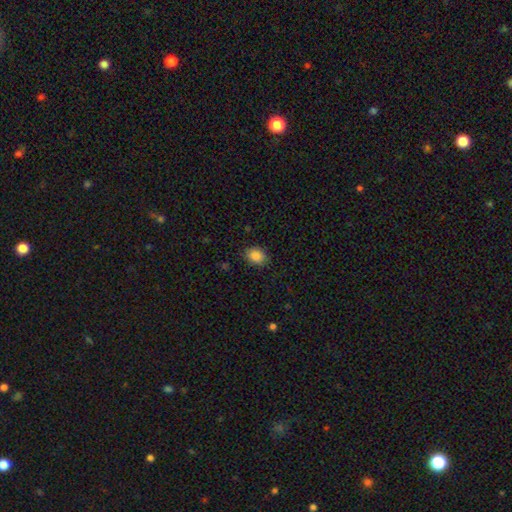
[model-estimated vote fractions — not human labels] Smooth or featured?
  - smooth: 87% *
  - star or artifact: 9%
  - featured or disk: 3%
How rounded?
  - in between: 57% *
  - round: 42%
  - cigar-shaped: 1%
Merging?
  - none: 84% *
  - minor disturbance: 12%
  - major disturbance: 3%
  - merger: 1%